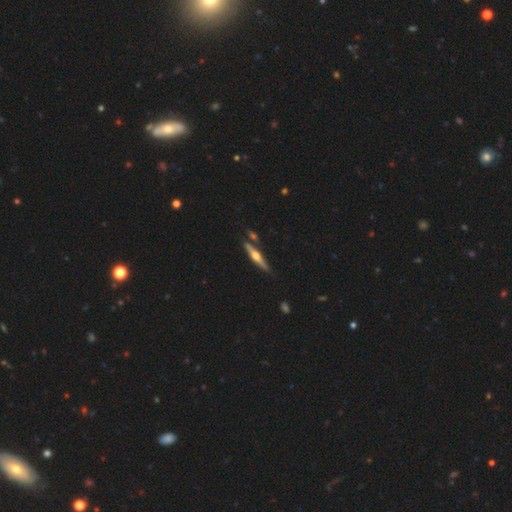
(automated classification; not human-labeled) Smooth or featured: featured or disk — 72% (smooth — 23%)
Edge-on disk: yes — 97% (no — 3%)
Edge-on bulge: rounded — 93% (boxy — 3%)
Merging: none — 80% (minor disturbance — 10%)